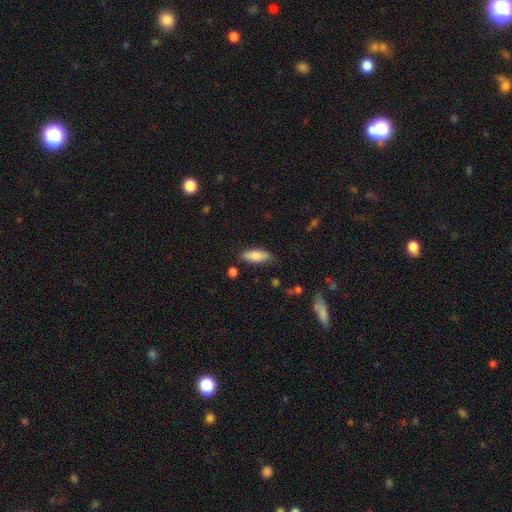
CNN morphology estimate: Q: Smooth or featured?
A: smooth (81%); runner-up: featured or disk (12%)
Q: How rounded?
A: in between (70%); runner-up: cigar-shaped (28%)
Q: Merging?
A: none (82%); runner-up: minor disturbance (13%)